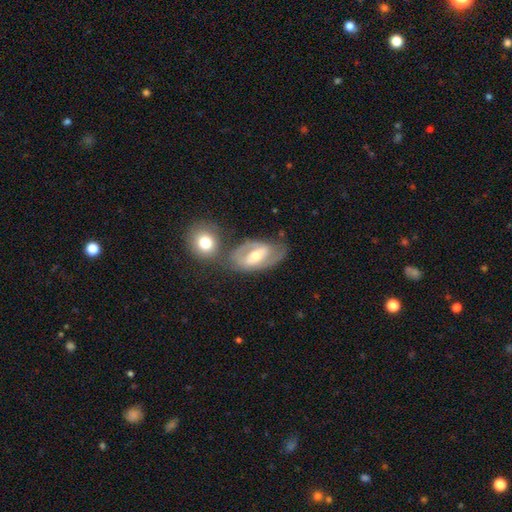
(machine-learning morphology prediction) Overall: featured or disk (72%). Edge-on disk: no (94%). Bar: strong (46%; weak 36%). Spiral arms: yes (75%). Spiral arm count: 2 (76%). Spiral winding: medium (45%; tight 37%). Bulge size: moderate (59%; small 34%). Merging: none (53%; minor disturbance 18%).